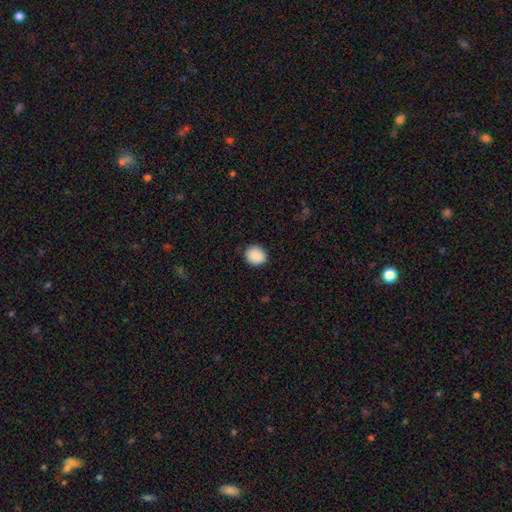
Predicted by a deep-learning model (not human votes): Smooth or featured? Predicted: smooth (p=0.89). How rounded? Predicted: round (p=0.75). Merging? Predicted: none (p=0.88).